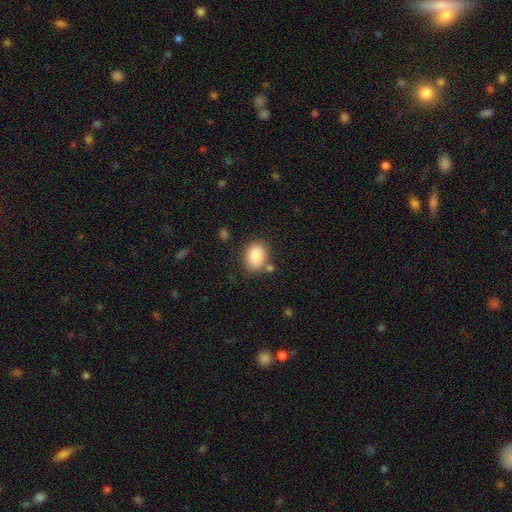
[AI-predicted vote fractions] Overall: smooth (88%). How rounded: in between (74%). Merging: none (74%).